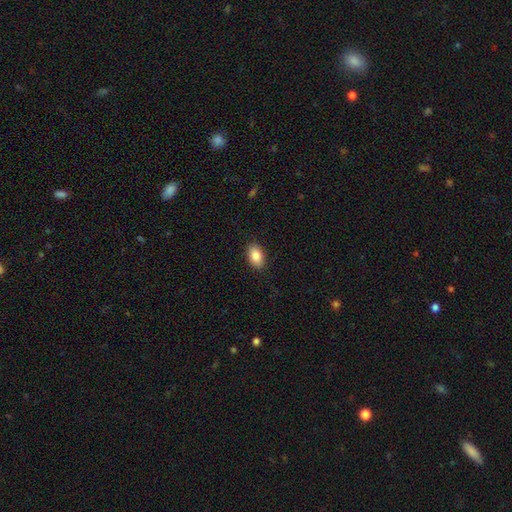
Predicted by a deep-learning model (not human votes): This is clearly a smooth galaxy (87%). How rounded: clearly in between (92%). Merging: clearly none (89%).